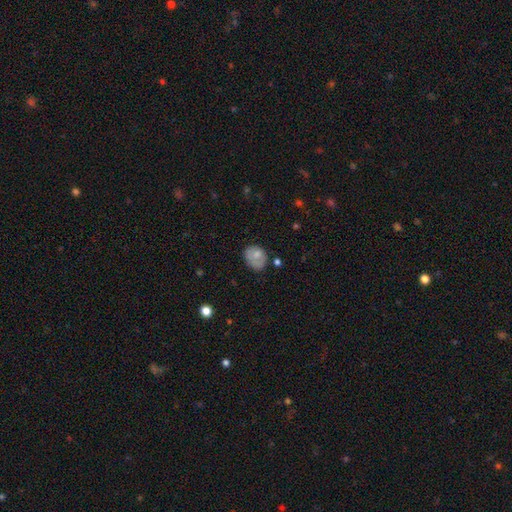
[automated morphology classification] Smooth or featured? Predicted: smooth (p=0.70). How rounded? Predicted: in between (p=0.53). Merging? Predicted: none (p=0.53).